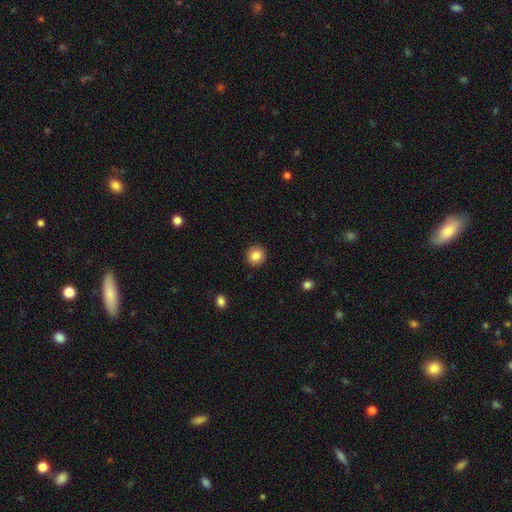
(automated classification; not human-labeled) Q: Smooth or featured?
A: smooth (84%); runner-up: star or artifact (9%)
Q: How rounded?
A: round (91%); runner-up: in between (8%)
Q: Merging?
A: none (92%); runner-up: minor disturbance (5%)